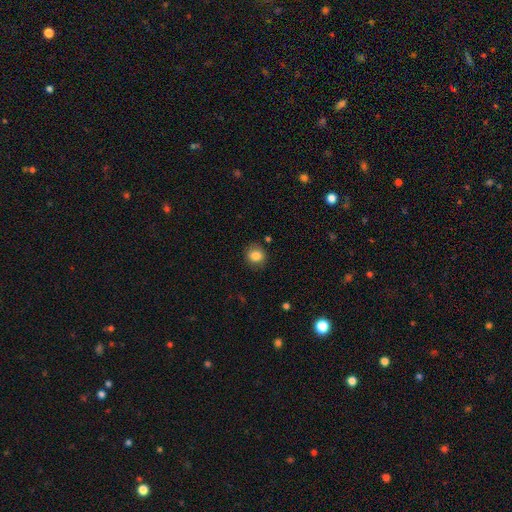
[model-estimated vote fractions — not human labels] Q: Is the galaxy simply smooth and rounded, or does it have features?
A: smooth — 83%.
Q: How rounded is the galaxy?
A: round — 79%.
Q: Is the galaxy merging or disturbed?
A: none — 84%.